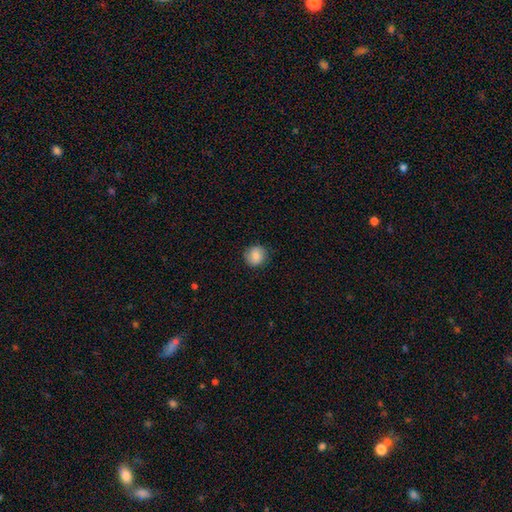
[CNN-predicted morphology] This appears to be a smooth galaxy with no disk features (84%) that is round (88%). Merging: none (85%).